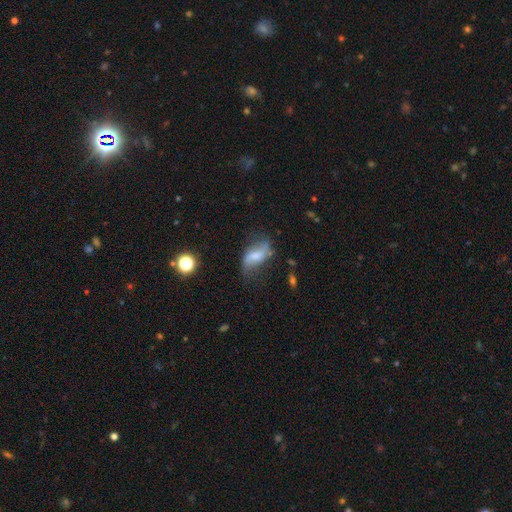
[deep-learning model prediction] Smooth or featured?
  - featured or disk: 52% *
  - smooth: 39%
  - star or artifact: 10%
Edge-on disk?
  - no: 92% *
  - yes: 8%
Merging?
  - none: 49% *
  - minor disturbance: 29%
  - major disturbance: 18%
  - merger: 4%